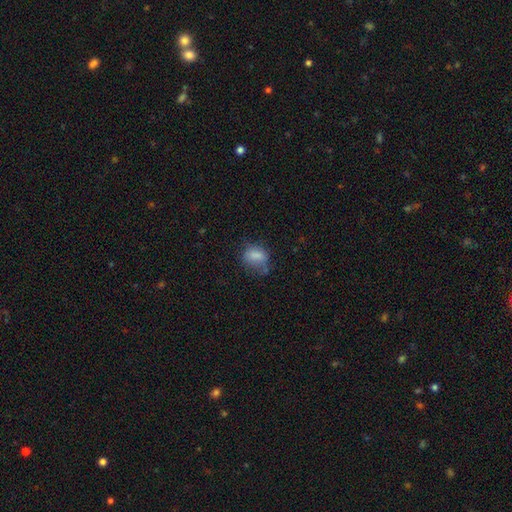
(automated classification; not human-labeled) A smooth galaxy with no disk features (78%) that is in between round and cigar-shaped (71%). Merging: none (47%).